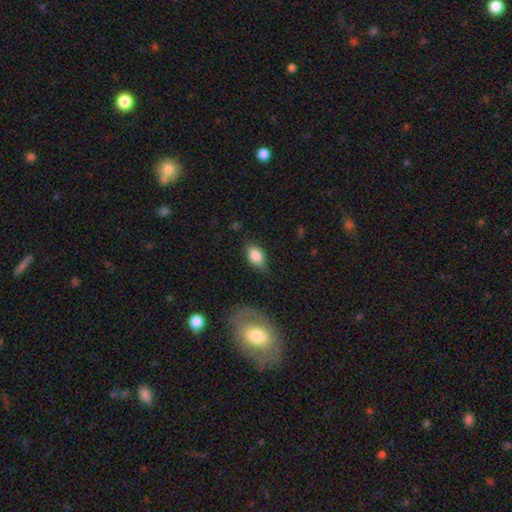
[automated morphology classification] smooth-or-featured: smooth: 84% | featured or disk: 9% | star or artifact: 8%
  how-rounded: in between: 90% | round: 7% | cigar-shaped: 3%
  merging: none: 75% | minor disturbance: 18% | major disturbance: 4% | merger: 2%